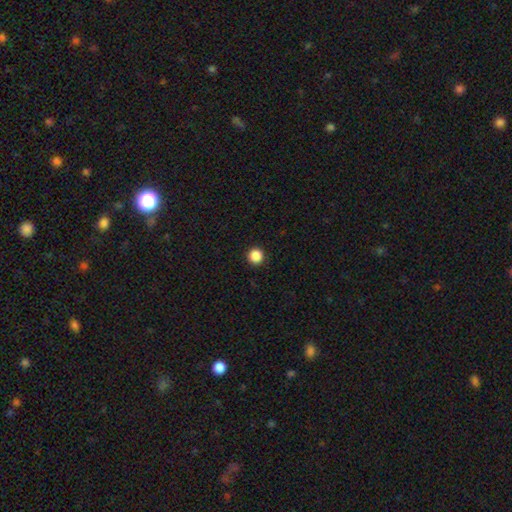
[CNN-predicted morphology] smooth_or_featured: smooth (p=0.87) [alt: star or artifact p=0.10]
how_rounded: round (p=0.96) [alt: in between p=0.03]
merging: none (p=0.94) [alt: minor disturbance p=0.04]